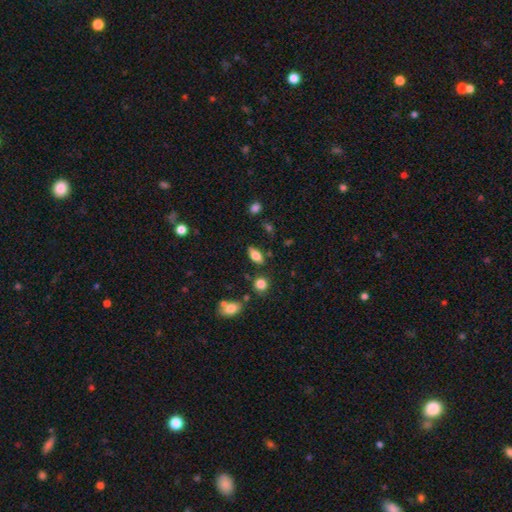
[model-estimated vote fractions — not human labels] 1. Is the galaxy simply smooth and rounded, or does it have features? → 78% smooth, 13% featured or disk, 9% star or artifact.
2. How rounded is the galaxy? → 88% in between, 8% cigar-shaped, 5% round.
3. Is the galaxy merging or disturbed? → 80% none, 12% minor disturbance, 4% merger, 3% major disturbance.